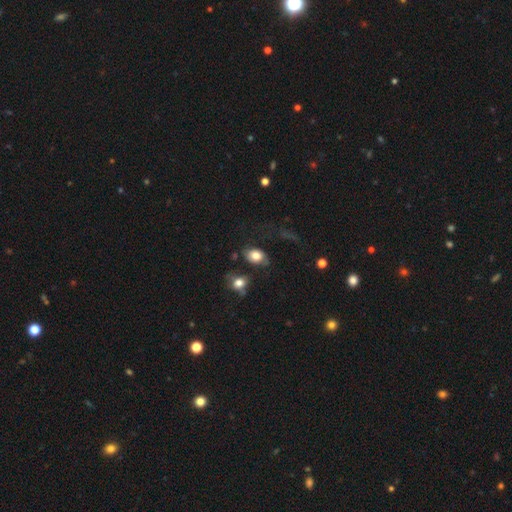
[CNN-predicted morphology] This appears to be a smooth galaxy with no disk features (76%) that is in between round and cigar-shaped (76%). Merging: none (55%).